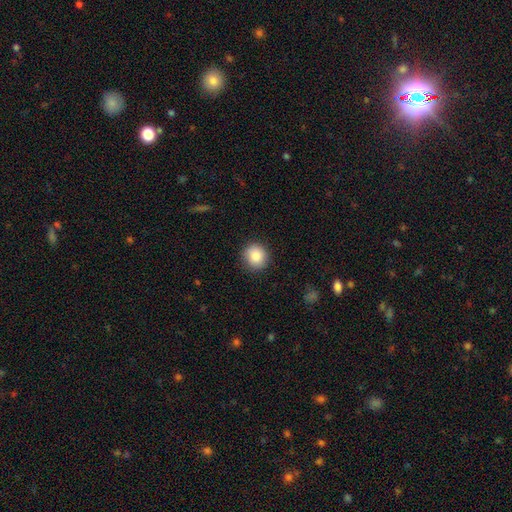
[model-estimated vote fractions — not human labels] A smooth galaxy with no disk features (87%) that is round (92%).

Vote fractions:
- Smooth or featured? smooth: 87% / star or artifact: 8% / featured or disk: 4%
- How rounded? round: 92% / in between: 7% / cigar-shaped: 1%
- Merging? none: 89% / minor disturbance: 8% / major disturbance: 2% / merger: 1%